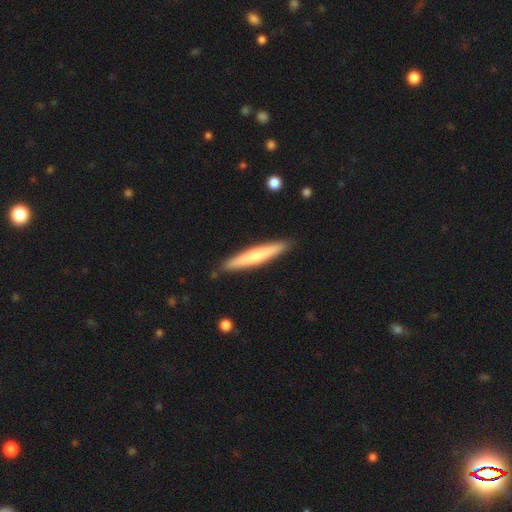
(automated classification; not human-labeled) A smooth galaxy with no disk features (58%) that is cigar-shaped (94%).

Vote fractions:
- Smooth or featured? smooth: 58% / featured or disk: 38% / star or artifact: 5%
- How rounded? cigar-shaped: 94% / in between: 5% / round: 1%
- Merging? none: 89% / minor disturbance: 8% / merger: 2% / major disturbance: 1%